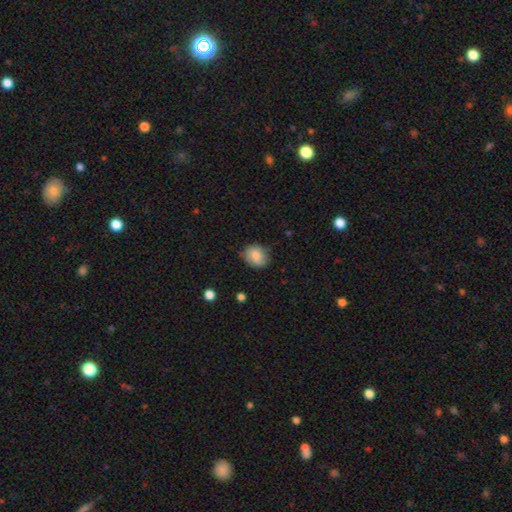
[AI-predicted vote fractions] smooth-or-featured: smooth: 81% | featured or disk: 11% | star or artifact: 8%
  how-rounded: round: 60% | in between: 39% | cigar-shaped: 1%
  merging: none: 70% | minor disturbance: 24% | major disturbance: 5% | merger: 1%